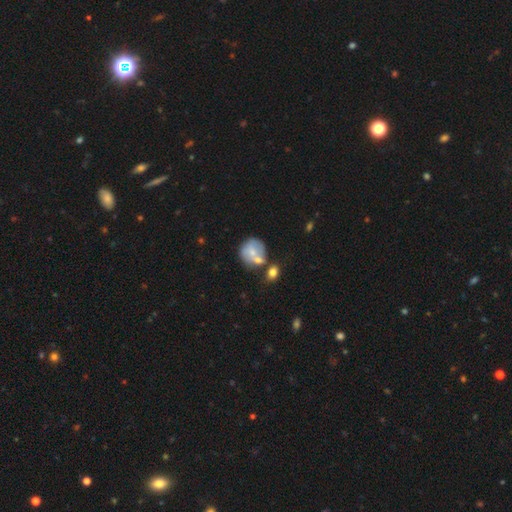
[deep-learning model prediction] A smooth galaxy with no disk features (61%) that is round (80%). Merging: none (43%).